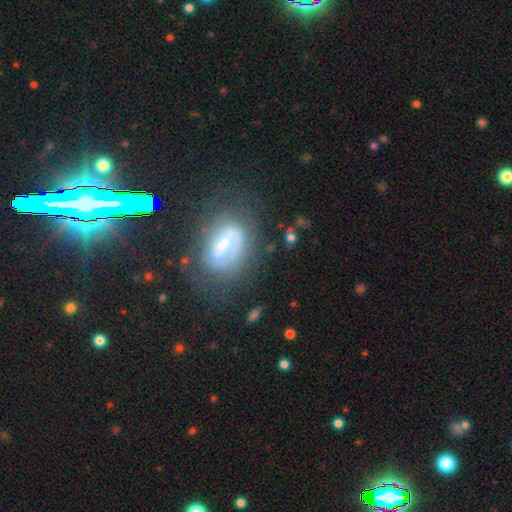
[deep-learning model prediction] Smooth or featured? featured or disk (54%)
Edge-on disk? no (88%)
Merging? none (68%)